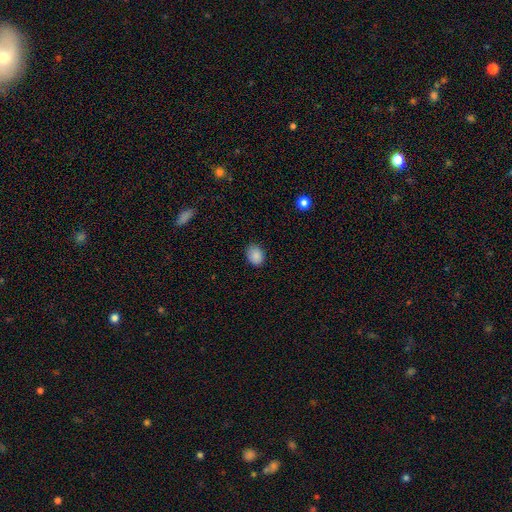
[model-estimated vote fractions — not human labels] smooth_or_featured: smooth (p=0.87) [alt: star or artifact p=0.08]
how_rounded: in between (p=0.62) [alt: round p=0.37]
merging: none (p=0.83) [alt: minor disturbance p=0.13]